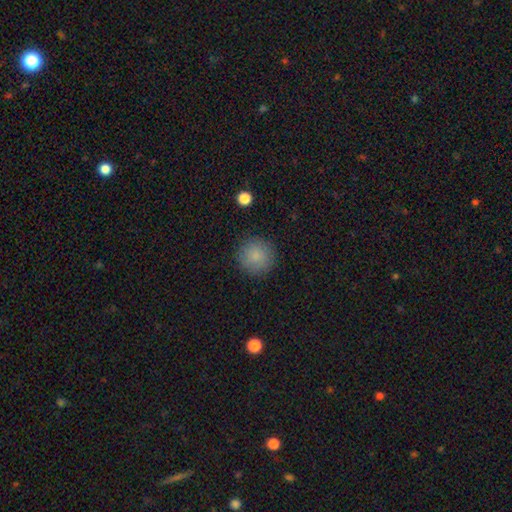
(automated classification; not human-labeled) The model was most divided on "smooth or featured": smooth: 85%, star or artifact: 9%, featured or disk: 6%. More confident: how rounded — round (95%); merging — none (89%).